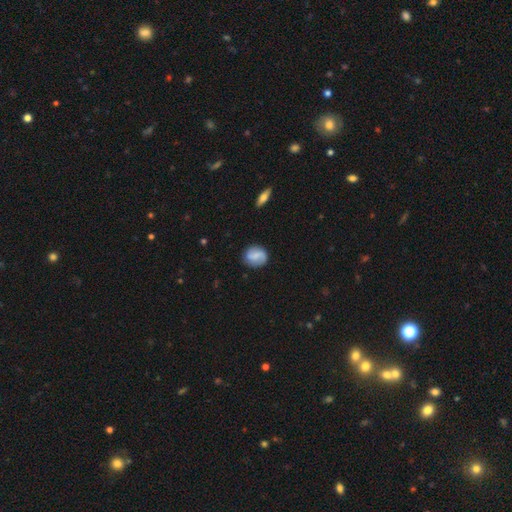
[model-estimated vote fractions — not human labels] smooth 54%, featured or disk 39%, star or artifact 8%. Down the decision tree: how rounded — round (64%); merging — none (79%).